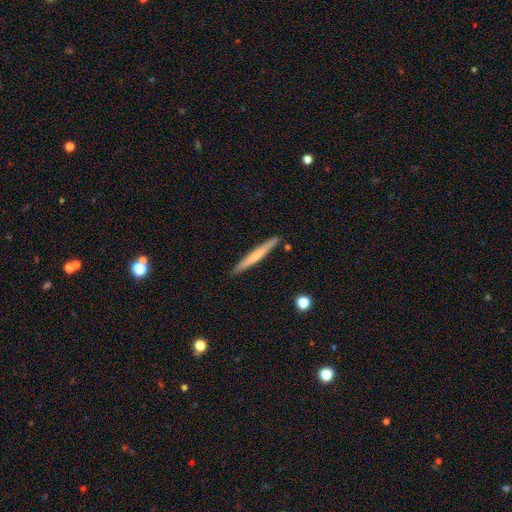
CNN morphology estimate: Smooth or featured?
  - smooth: 58% *
  - featured or disk: 37%
  - star or artifact: 5%
How rounded?
  - cigar-shaped: 97% *
  - in between: 2%
  - round: 1%
Merging?
  - none: 89% *
  - minor disturbance: 8%
  - merger: 2%
  - major disturbance: 1%